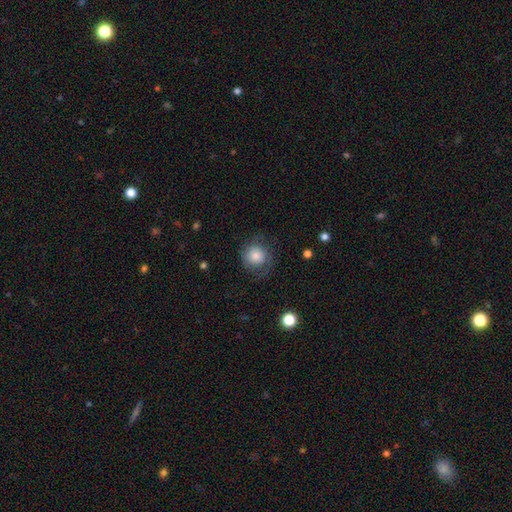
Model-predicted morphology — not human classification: Smooth or featured: smooth — 78% (featured or disk — 14%)
How rounded: round — 88% (in between — 11%)
Merging: none — 65% (minor disturbance — 20%)